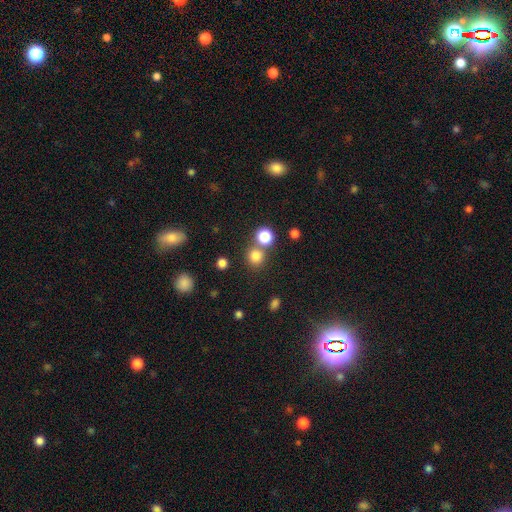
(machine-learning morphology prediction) Smooth or featured? Predicted: smooth (p=0.79). How rounded? Predicted: round (p=0.90). Merging? Predicted: none (p=0.66).